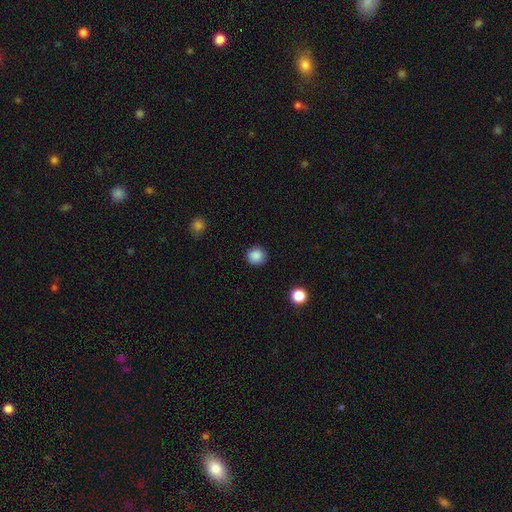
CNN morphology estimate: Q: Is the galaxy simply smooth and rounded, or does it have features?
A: smooth — 87%.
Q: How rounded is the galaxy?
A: round — 92%.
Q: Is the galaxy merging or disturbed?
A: none — 90%.